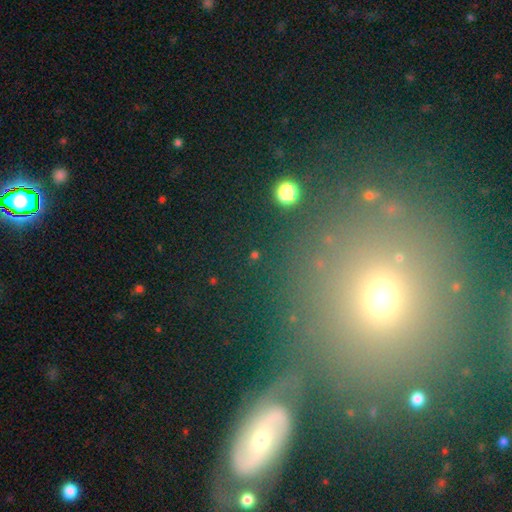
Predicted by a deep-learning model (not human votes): Smooth or featured: smooth — 44% (star or artifact — 34%)
Merging: none — 70% (merger — 13%)